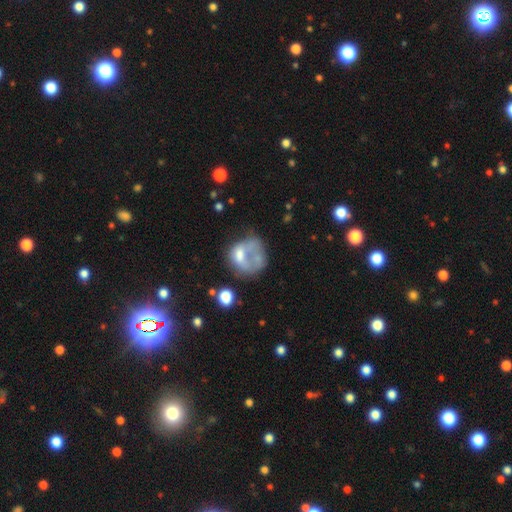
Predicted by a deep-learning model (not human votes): smooth 48%, featured or disk 40%, star or artifact 12%. Down the decision tree: merging — major disturbance (36%).